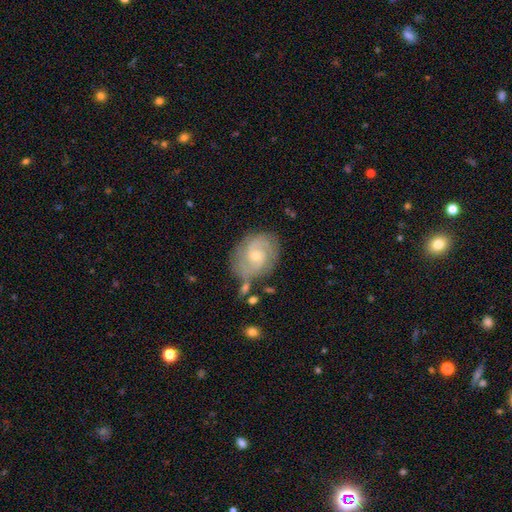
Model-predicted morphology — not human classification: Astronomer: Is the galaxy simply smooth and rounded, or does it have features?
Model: featured or disk — 85%.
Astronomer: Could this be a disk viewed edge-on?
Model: no — 97%.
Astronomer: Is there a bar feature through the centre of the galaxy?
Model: no — 64%.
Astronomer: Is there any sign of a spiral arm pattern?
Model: yes — 96%.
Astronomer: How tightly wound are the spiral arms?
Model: tight — 61%.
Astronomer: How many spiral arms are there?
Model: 2 — 57%.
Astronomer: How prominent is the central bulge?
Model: small — 55% (runner-up: moderate, 42%).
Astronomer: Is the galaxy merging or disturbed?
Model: none — 73%.